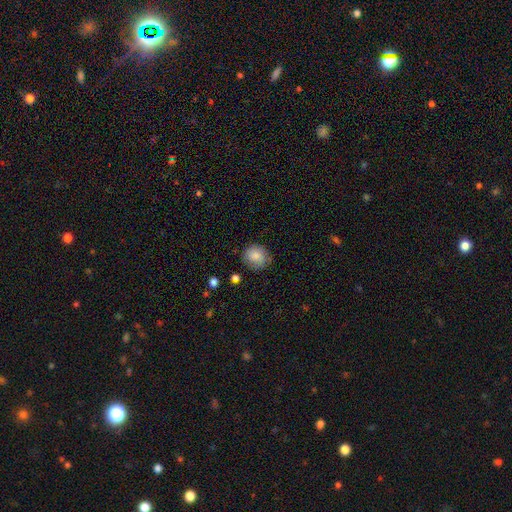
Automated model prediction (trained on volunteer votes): smooth_or_featured: smooth (p=0.81) [alt: featured or disk p=0.11]
how_rounded: round (p=0.81) [alt: in between p=0.18]
merging: none (p=0.76) [alt: minor disturbance p=0.18]